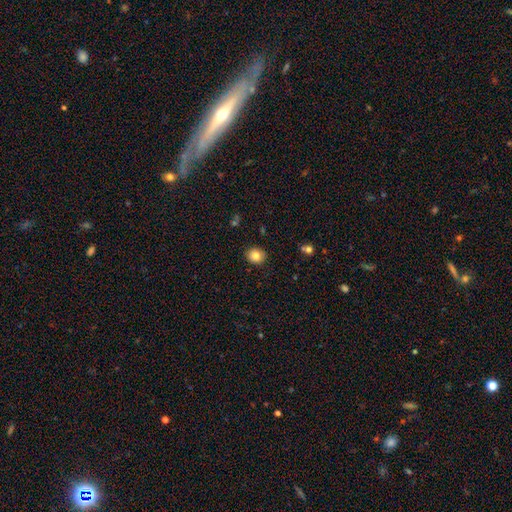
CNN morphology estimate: Smooth or featured: smooth — 82% (star or artifact — 10%)
How rounded: round — 74% (in between — 25%)
Merging: none — 90% (minor disturbance — 7%)